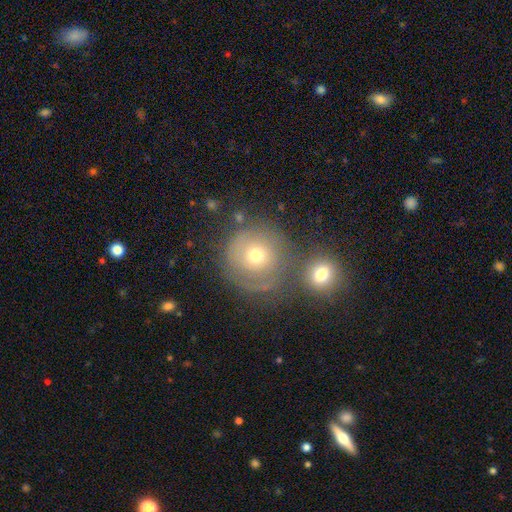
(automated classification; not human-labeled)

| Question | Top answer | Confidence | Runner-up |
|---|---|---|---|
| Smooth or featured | smooth | 63% | featured or disk (26%) |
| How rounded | round | 91% | in between (8%) |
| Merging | none | 55% | merger (25%) |